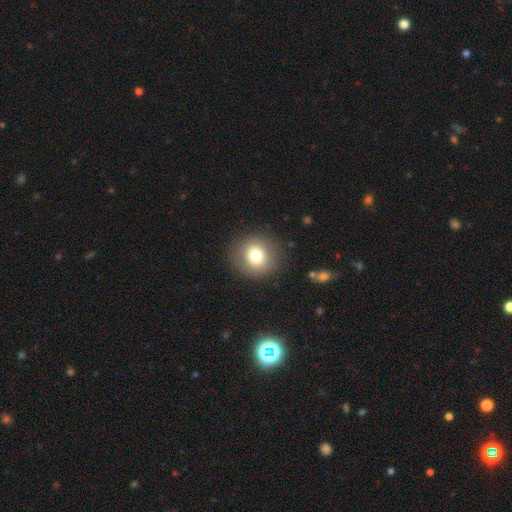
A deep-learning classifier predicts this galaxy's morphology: The model was most divided on "smooth or featured": smooth: 76%, featured or disk: 14%, star or artifact: 10%. More confident: how rounded — round (89%); merging — none (88%).